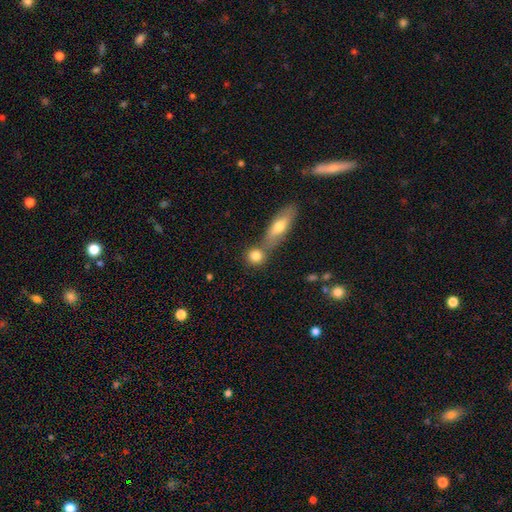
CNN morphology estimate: Smooth or featured?
  - smooth: 80% *
  - featured or disk: 11%
  - star or artifact: 8%
How rounded?
  - round: 77% *
  - in between: 18%
  - cigar-shaped: 5%
Merging?
  - none: 56% *
  - merger: 33%
  - minor disturbance: 8%
  - major disturbance: 3%